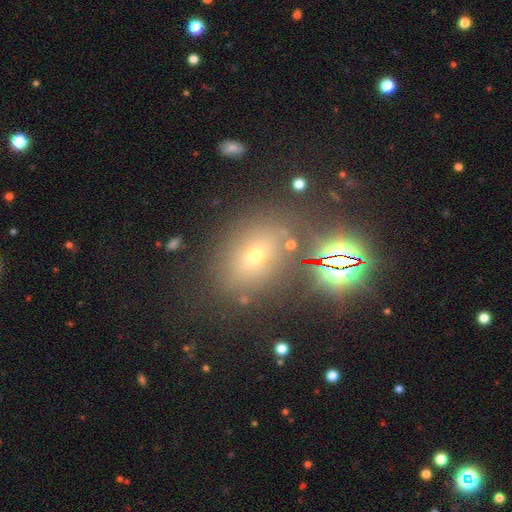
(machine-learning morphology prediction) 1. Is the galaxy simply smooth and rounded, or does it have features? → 55% smooth, 27% star or artifact, 18% featured or disk.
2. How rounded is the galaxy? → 59% in between, 38% round, 2% cigar-shaped.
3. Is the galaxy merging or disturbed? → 75% none, 12% minor disturbance, 7% merger, 6% major disturbance.